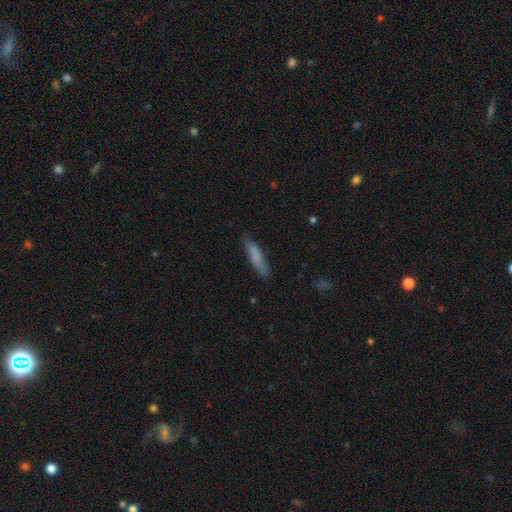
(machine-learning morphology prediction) Q: Smooth or featured?
A: smooth (77%); runner-up: featured or disk (16%)
Q: How rounded?
A: cigar-shaped (80%); runner-up: in between (19%)
Q: Merging?
A: none (76%); runner-up: minor disturbance (19%)